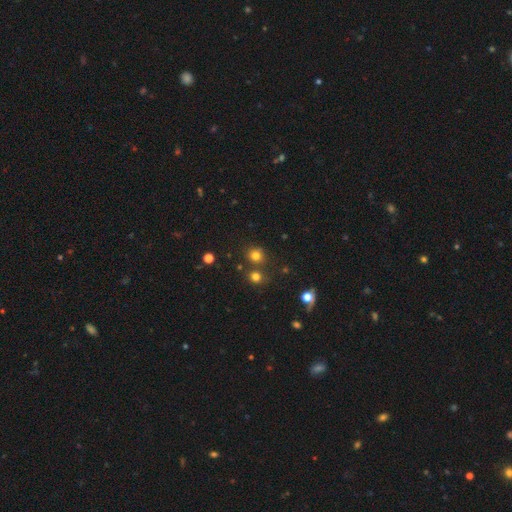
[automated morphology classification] The model was most divided on "smooth or featured": smooth: 76%, star or artifact: 18%, featured or disk: 6%. More confident: how rounded — round (87%); merging — none (76%).